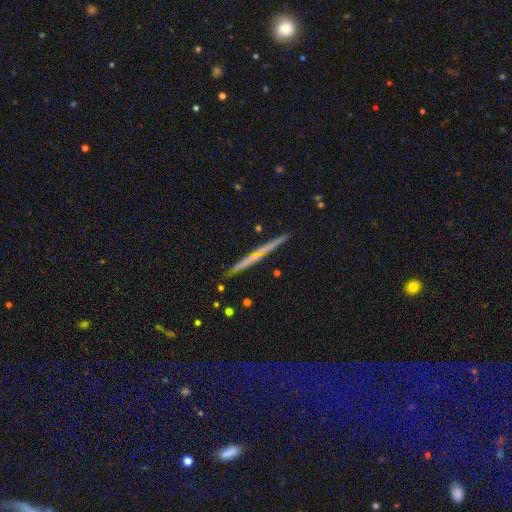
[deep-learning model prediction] Smooth or featured?
  - featured or disk: 60% *
  - smooth: 30%
  - star or artifact: 10%
Edge-on disk?
  - yes: 96% *
  - no: 4%
Edge-on bulge?
  - none: 74% *
  - rounded: 20%
  - boxy: 6%
Merging?
  - none: 88% *
  - minor disturbance: 8%
  - major disturbance: 2%
  - merger: 2%